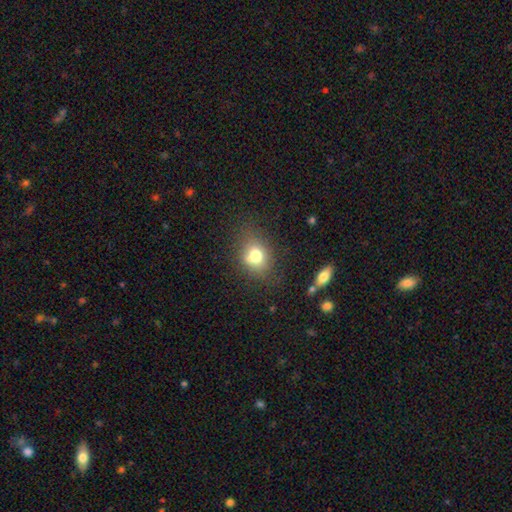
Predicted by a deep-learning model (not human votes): smooth-or-featured: smooth: 71% | featured or disk: 17% | star or artifact: 13%
  how-rounded: round: 53% | in between: 46% | cigar-shaped: 1%
  merging: none: 62% | minor disturbance: 18% | merger: 14% | major disturbance: 7%